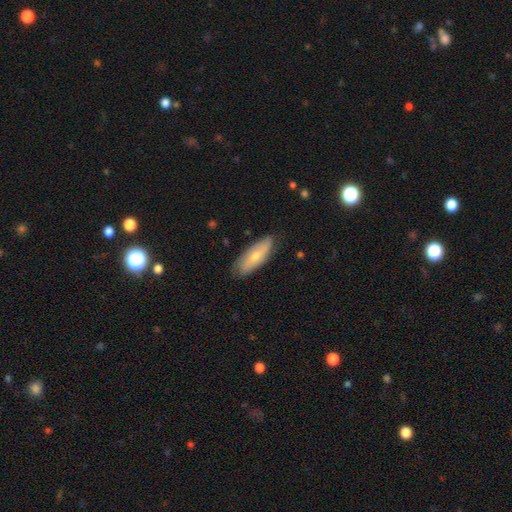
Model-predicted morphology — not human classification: This appears to be a smooth galaxy with no disk features (63%) that is in between round and cigar-shaped (66%). Merging: none (77%).